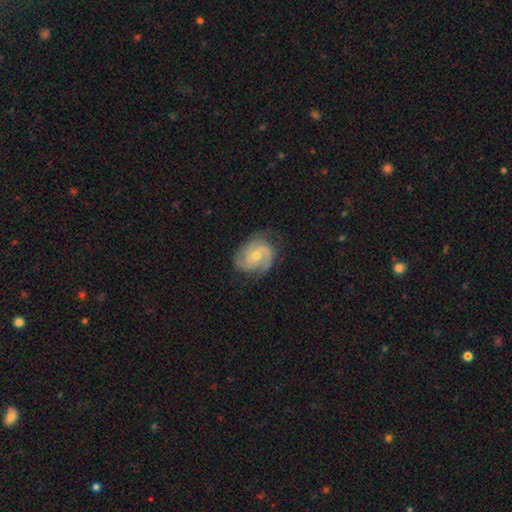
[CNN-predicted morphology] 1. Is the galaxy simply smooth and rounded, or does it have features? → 83% featured or disk, 12% smooth, 6% star or artifact.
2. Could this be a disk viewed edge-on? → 98% no, 2% yes.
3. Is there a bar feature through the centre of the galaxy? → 68% no, 27% weak, 4% strong.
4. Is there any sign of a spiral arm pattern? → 96% yes, 4% no.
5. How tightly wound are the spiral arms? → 47% tight, 42% medium, 11% loose.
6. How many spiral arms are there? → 52% 2, 25% 3, 12% can't tell, 4% 1, 4% 4, 3% more than 4.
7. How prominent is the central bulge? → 51% small, 46% moderate, 1% none, 1% large, 1% dominant.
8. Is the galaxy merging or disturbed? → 72% none, 20% minor disturbance, 7% major disturbance, 1% merger.